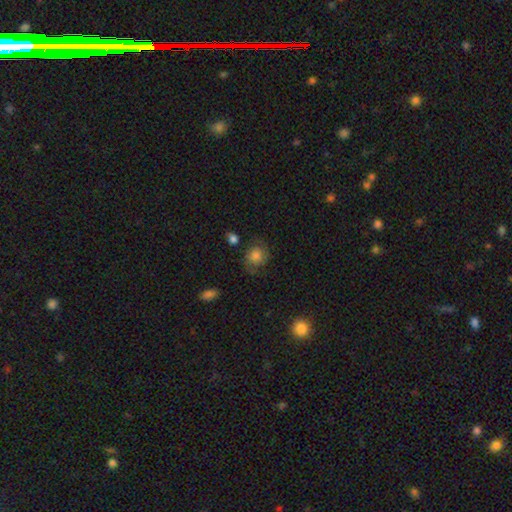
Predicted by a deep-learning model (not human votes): Smooth or featured? Predicted: smooth (p=0.58). How rounded? Predicted: round (p=0.71). Merging? Predicted: none (p=0.65).